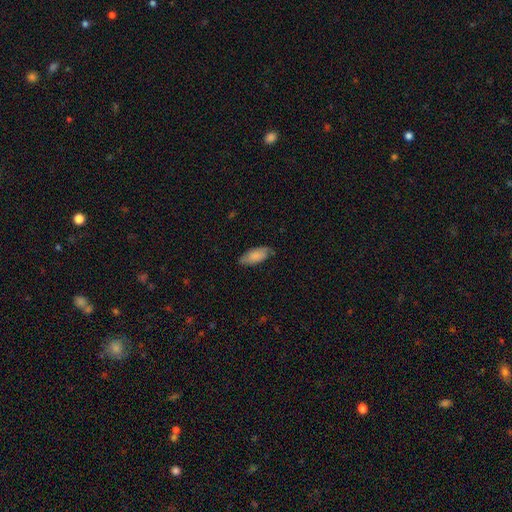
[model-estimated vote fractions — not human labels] This is likely a smooth galaxy (78%). How rounded: clearly in between (84%). Merging: likely none (73%).